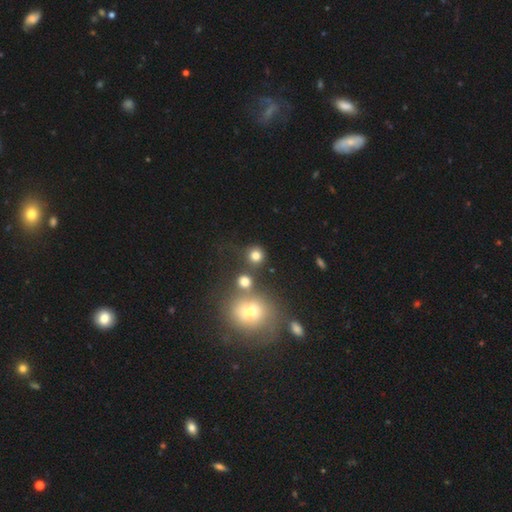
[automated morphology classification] Smooth or featured: smooth — 77% (star or artifact — 16%)
How rounded: round — 91% (in between — 8%)
Merging: none — 76% (merger — 11%)